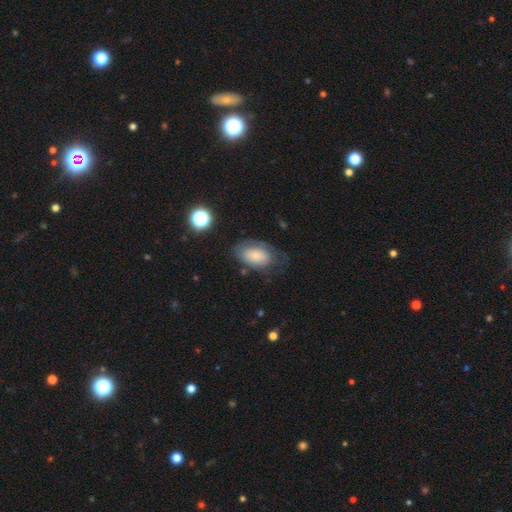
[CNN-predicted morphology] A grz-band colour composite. It shows a smooth galaxy with no disk features (64%) that is in between round and cigar-shaped (90%). Merging: none (51%).